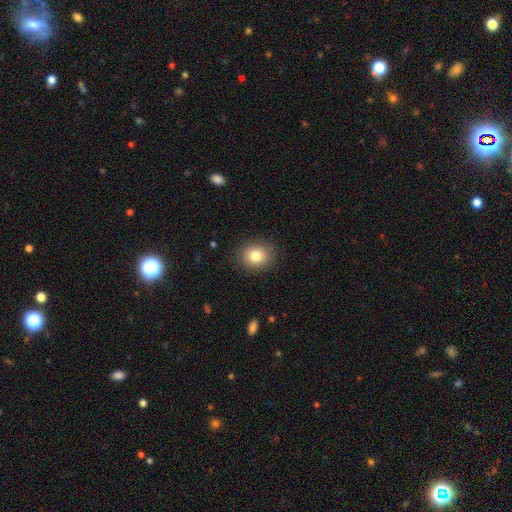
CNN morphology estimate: smooth-or-featured: smooth: 81% | star or artifact: 10% | featured or disk: 9%
  how-rounded: round: 69% | in between: 30% | cigar-shaped: 1%
  merging: none: 88% | minor disturbance: 8% | major disturbance: 3% | merger: 1%